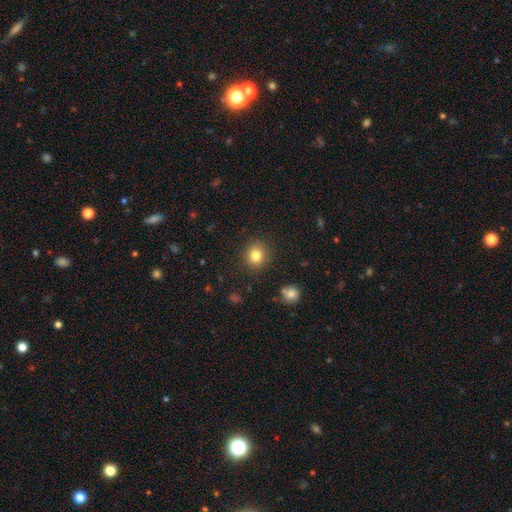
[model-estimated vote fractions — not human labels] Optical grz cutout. It shows a smooth galaxy with no disk features (82%) that is round (80%). Merging: none (89%).